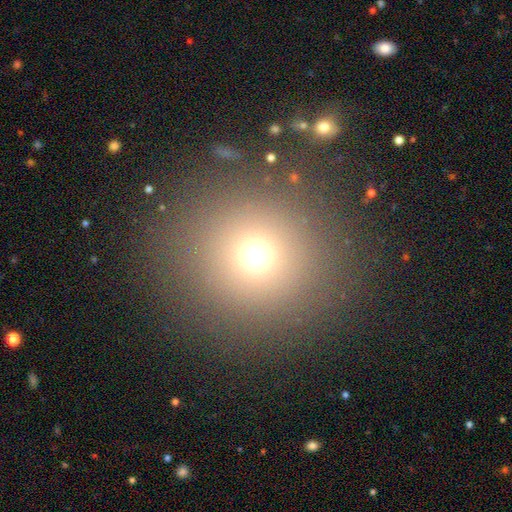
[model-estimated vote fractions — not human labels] smooth_or_featured: smooth (p=0.69) [alt: star or artifact p=0.22]
how_rounded: round (p=0.92) [alt: in between p=0.07]
merging: none (p=0.88) [alt: minor disturbance p=0.06]